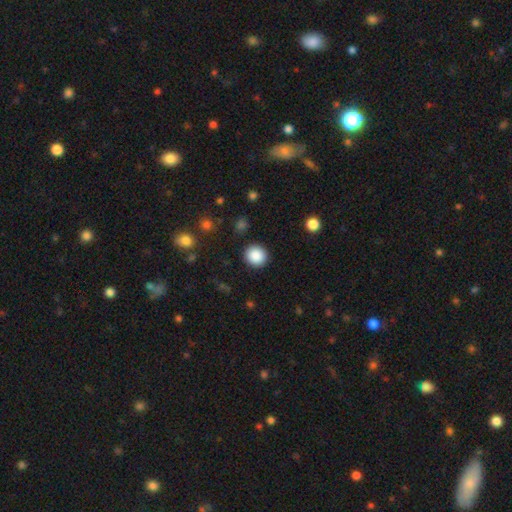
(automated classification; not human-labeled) Overall: smooth (88%). How rounded: round (89%). Merging: none (90%).